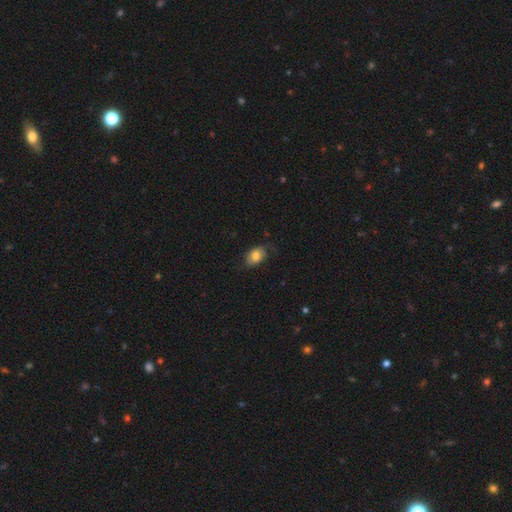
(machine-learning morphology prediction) Smooth or featured? Predicted: smooth (p=0.75). How rounded? Predicted: in between (p=0.82). Merging? Predicted: none (p=0.64).